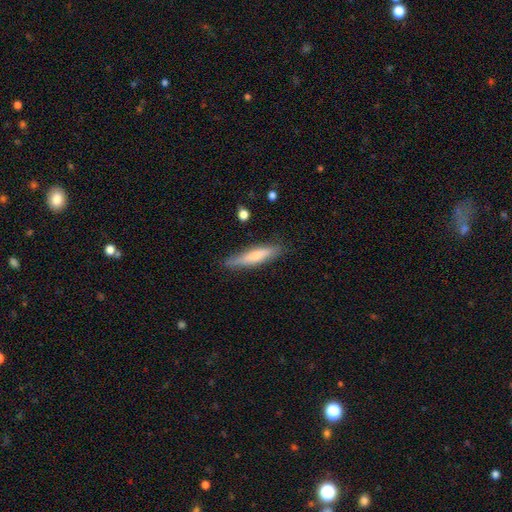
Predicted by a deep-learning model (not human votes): Overall: smooth (66%; featured or disk 28%). How rounded: cigar-shaped (86%). Merging: none (81%).